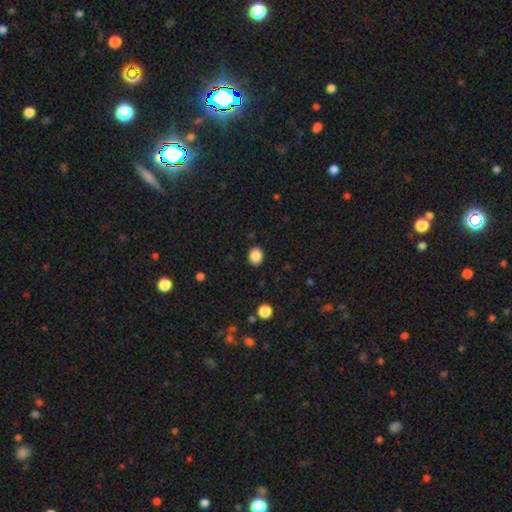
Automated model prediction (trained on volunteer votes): Smooth or featured: smooth — 87% (star or artifact — 10%)
How rounded: round — 63% (in between — 36%)
Merging: none — 89% (minor disturbance — 7%)